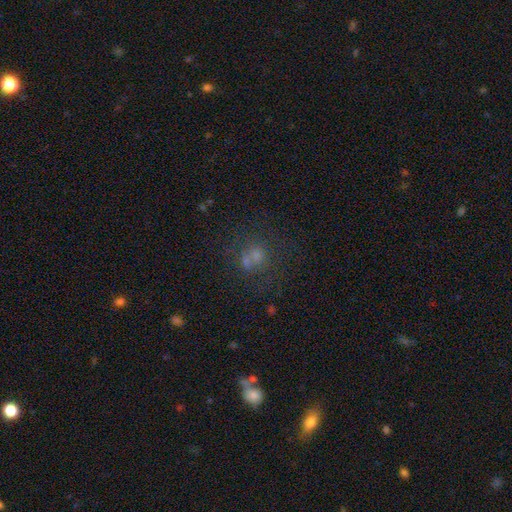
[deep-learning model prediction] The model was most divided on "smooth or featured": smooth: 53%, star or artifact: 27%, featured or disk: 20%. More confident: how rounded — round (82%); merging — none (53%).